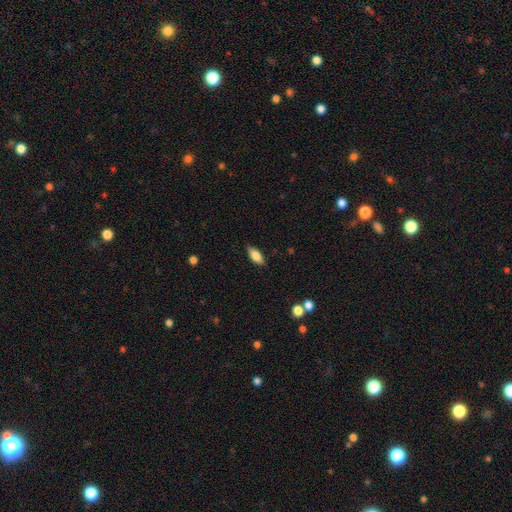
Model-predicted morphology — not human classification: type=smooth (75%); roundness=in between (81%); merging=none (86%).